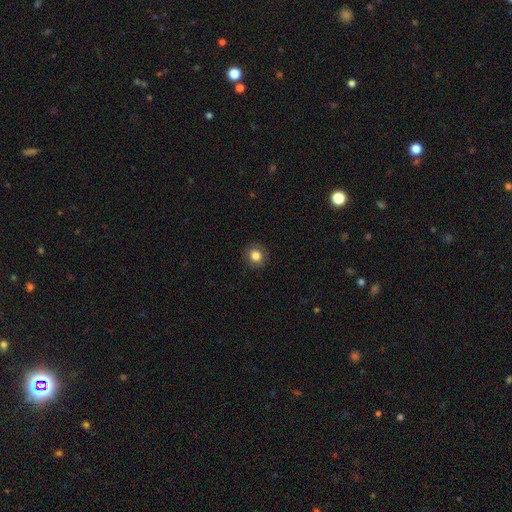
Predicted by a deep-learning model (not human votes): This appears to be a smooth galaxy with no disk features (83%) that is round (90%). Merging: none (89%).